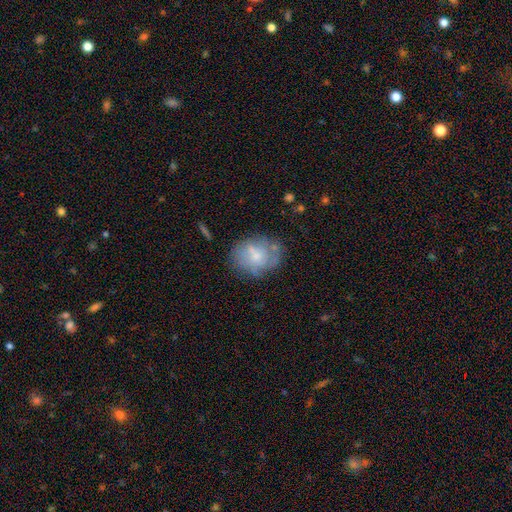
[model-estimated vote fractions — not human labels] This is possibly a smooth galaxy (53%). How rounded: likely in between (61%). Merging: possibly none (56%).